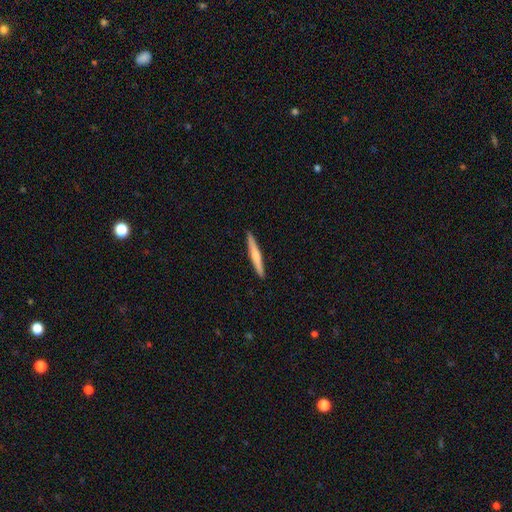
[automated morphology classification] Smooth or featured? Predicted: smooth (p=0.56). How rounded? Predicted: cigar-shaped (p=0.96). Merging? Predicted: none (p=0.91).